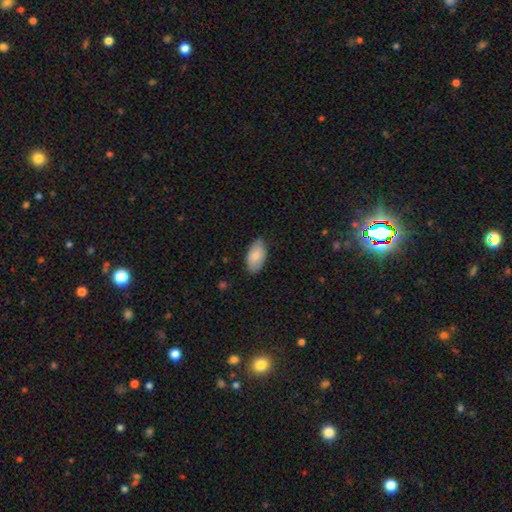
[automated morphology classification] A smooth galaxy with no disk features (84%) that is in between round and cigar-shaped (95%). Merging: none (82%).